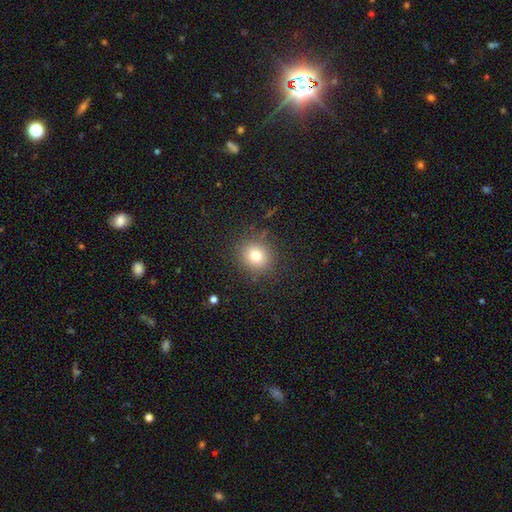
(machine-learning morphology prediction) The model was most divided on "smooth or featured": smooth: 77%, star or artifact: 14%, featured or disk: 9%. More confident: merging — none (86%); how rounded — round (83%).